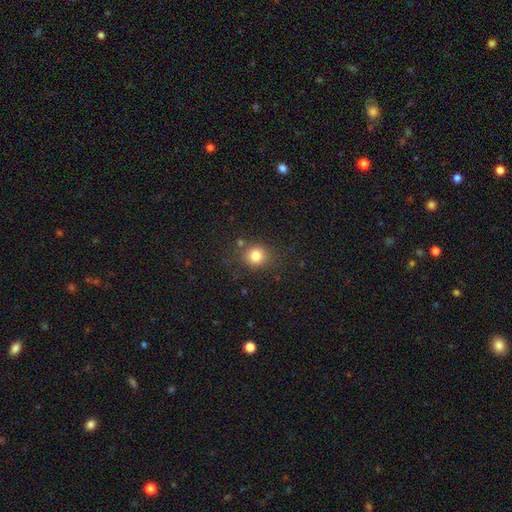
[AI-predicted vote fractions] Q: Smooth or featured?
A: smooth (81%); runner-up: star or artifact (12%)
Q: How rounded?
A: round (83%); runner-up: in between (16%)
Q: Merging?
A: none (79%); runner-up: minor disturbance (11%)